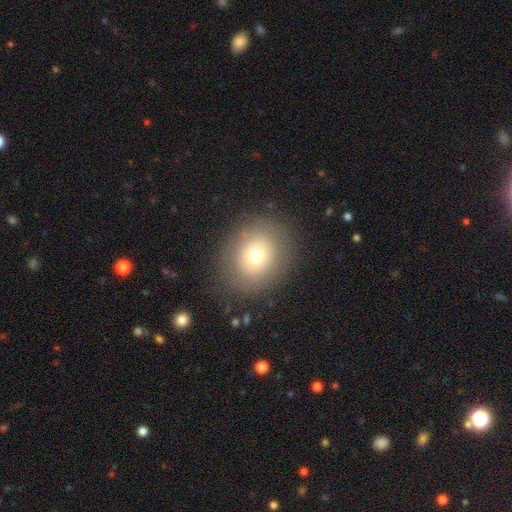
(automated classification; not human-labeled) smooth-or-featured: smooth: 70% | featured or disk: 17% | star or artifact: 13%
  how-rounded: round: 68% | in between: 31% | cigar-shaped: 1%
  merging: none: 84% | minor disturbance: 10% | major disturbance: 5% | merger: 1%